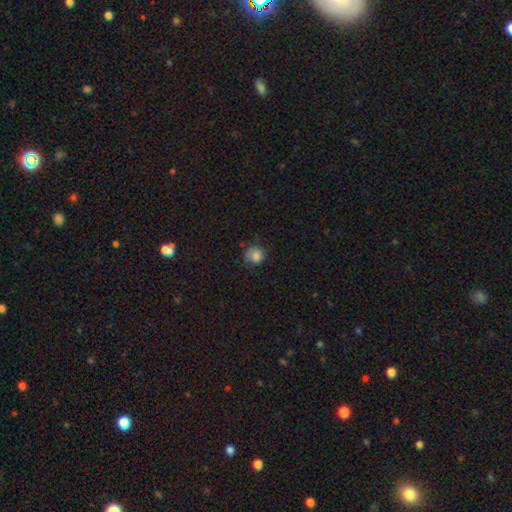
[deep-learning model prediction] Morphology: type=smooth (81%); roundness=round (79%); merging=none (55%).